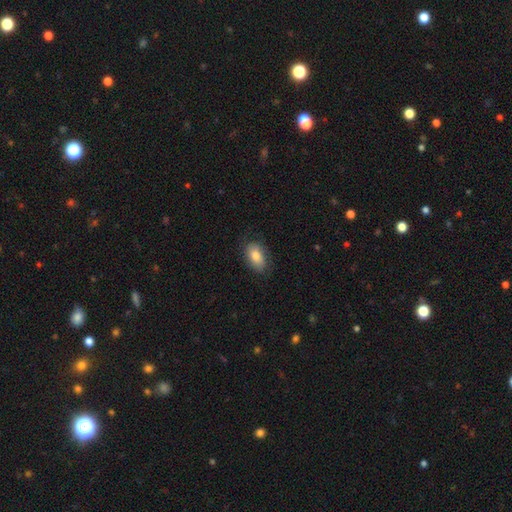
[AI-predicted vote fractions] Smooth or featured?
  - smooth: 80% *
  - featured or disk: 13%
  - star or artifact: 7%
How rounded?
  - in between: 90% *
  - round: 8%
  - cigar-shaped: 2%
Merging?
  - none: 77% *
  - minor disturbance: 17%
  - major disturbance: 4%
  - merger: 1%